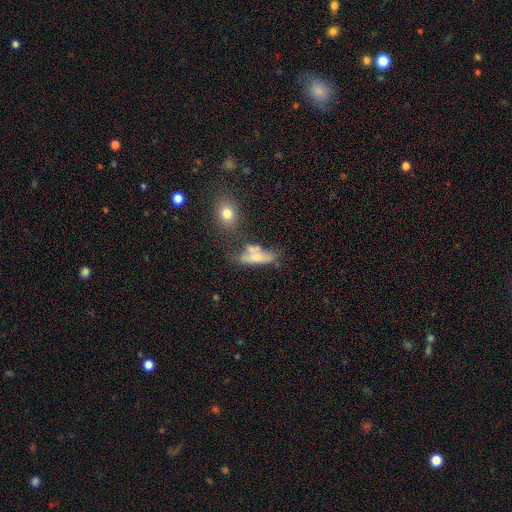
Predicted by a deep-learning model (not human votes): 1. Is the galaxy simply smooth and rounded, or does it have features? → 60% smooth, 30% featured or disk, 10% star or artifact.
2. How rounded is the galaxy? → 56% in between, 38% cigar-shaped, 6% round.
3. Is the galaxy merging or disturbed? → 39% none, 28% merger, 20% minor disturbance, 13% major disturbance.